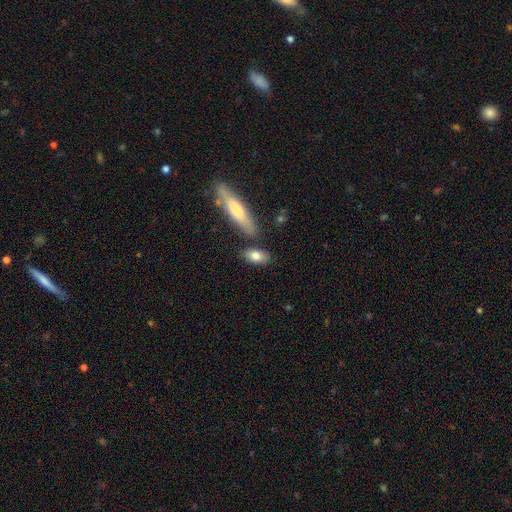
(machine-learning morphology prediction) smooth_or_featured: smooth (p=0.79) [alt: featured or disk p=0.14]
how_rounded: in between (p=0.82) [alt: cigar-shaped p=0.12]
merging: none (p=0.75) [alt: minor disturbance p=0.13]